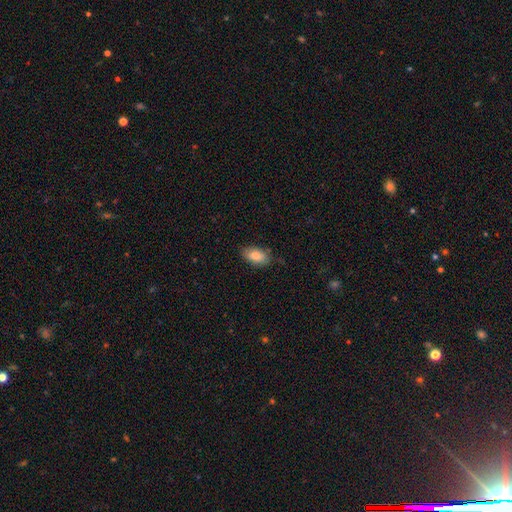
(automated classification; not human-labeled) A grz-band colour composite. It shows a smooth galaxy with no disk features (83%) that is in between round and cigar-shaped (92%). Merging: none (79%).